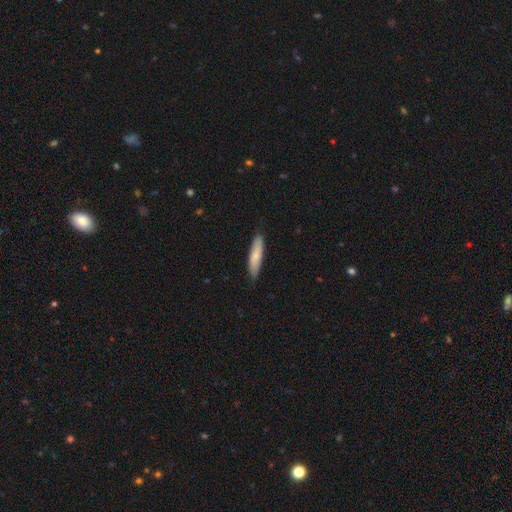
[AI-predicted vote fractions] A smooth galaxy with no disk features (69%) that is cigar-shaped (79%).

Vote fractions:
- Smooth or featured? smooth: 69% / featured or disk: 25% / star or artifact: 5%
- How rounded? cigar-shaped: 79% / in between: 20% / round: 2%
- Merging? none: 82% / minor disturbance: 15% / major disturbance: 2% / merger: 1%